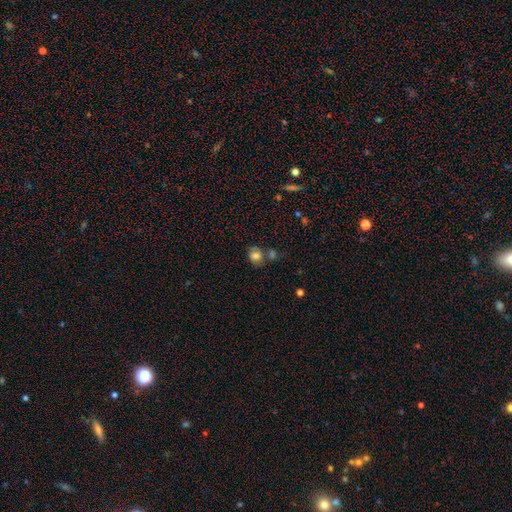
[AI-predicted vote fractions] Smooth or featured: smooth — 73% (featured or disk — 15%)
How rounded: round — 57% (in between — 42%)
Merging: none — 51% (merger — 24%)